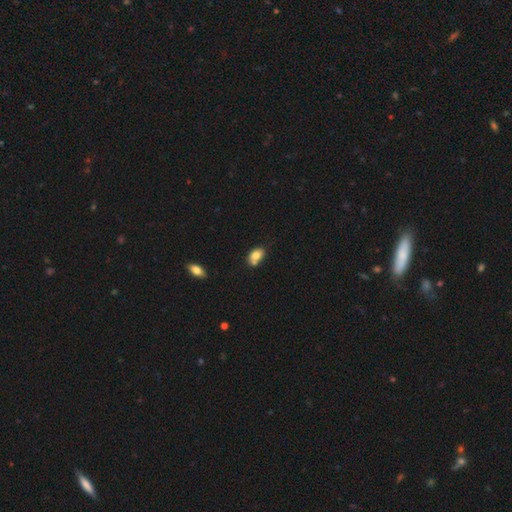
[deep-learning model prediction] A smooth galaxy with no disk features (77%) that is in between round and cigar-shaped (81%). Merging: none (46%).